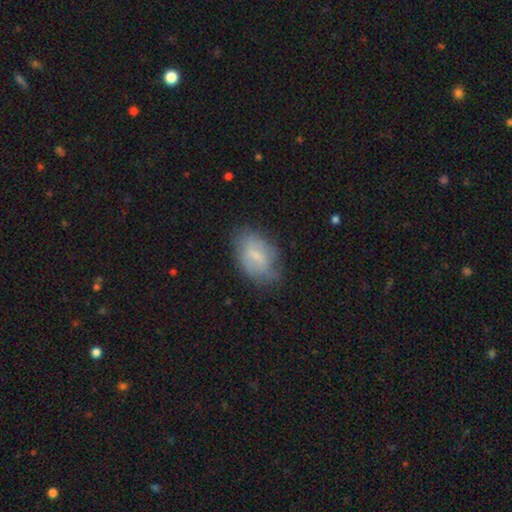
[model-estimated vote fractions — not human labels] smooth-or-featured: smooth: 58% | featured or disk: 34% | star or artifact: 8%
  how-rounded: in between: 88% | round: 10% | cigar-shaped: 2%
  merging: none: 64% | minor disturbance: 26% | major disturbance: 8% | merger: 2%